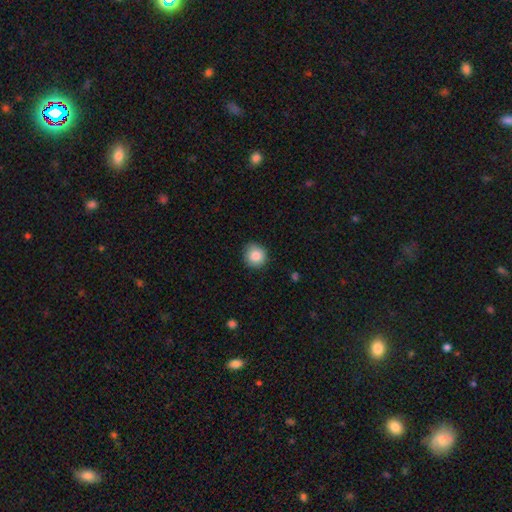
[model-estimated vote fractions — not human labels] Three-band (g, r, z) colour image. It shows a smooth galaxy with no disk features (86%) that is round (92%). Merging: none (84%).